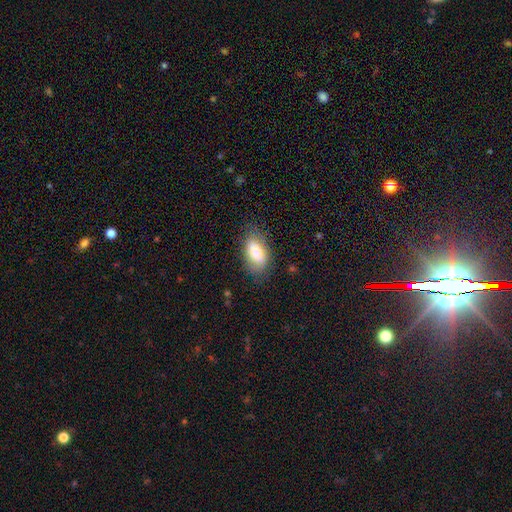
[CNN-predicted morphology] Smooth or featured: smooth — 80% (featured or disk — 13%)
How rounded: in between — 92% (round — 5%)
Merging: none — 74% (minor disturbance — 19%)